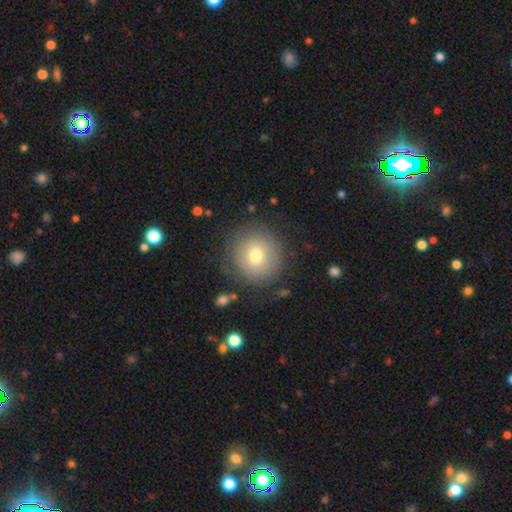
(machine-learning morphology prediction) Q: Smooth or featured?
A: smooth (69%); runner-up: featured or disk (19%)
Q: How rounded?
A: round (93%); runner-up: in between (6%)
Q: Merging?
A: none (82%); runner-up: minor disturbance (11%)